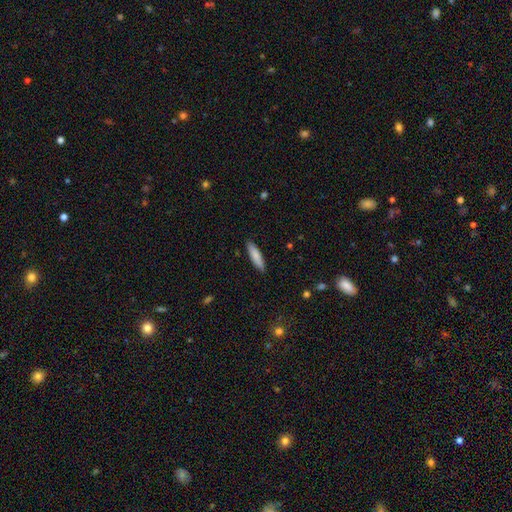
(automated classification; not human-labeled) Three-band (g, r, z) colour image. It shows a smooth galaxy with no disk features (84%) that is cigar-shaped (73%). Merging: none (89%).